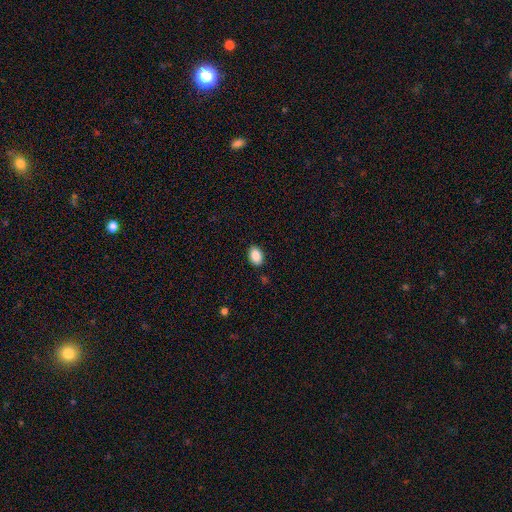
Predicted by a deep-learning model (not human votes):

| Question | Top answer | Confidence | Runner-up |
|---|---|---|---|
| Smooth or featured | smooth | 89% | star or artifact (8%) |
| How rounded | in between | 83% | round (16%) |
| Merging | none | 88% | minor disturbance (9%) |